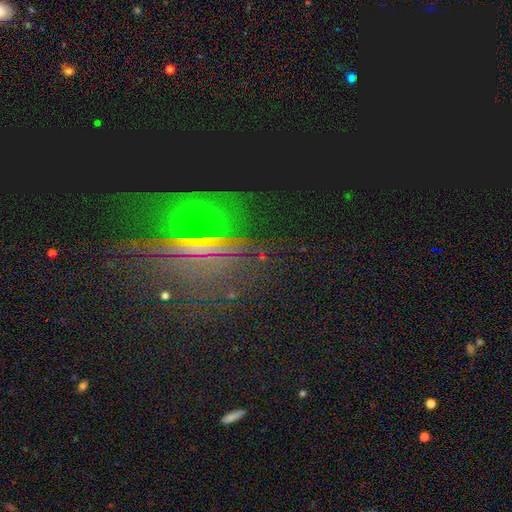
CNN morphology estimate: The model was most divided on "smooth or featured": star or artifact: 64%, featured or disk: 22%, smooth: 15%.